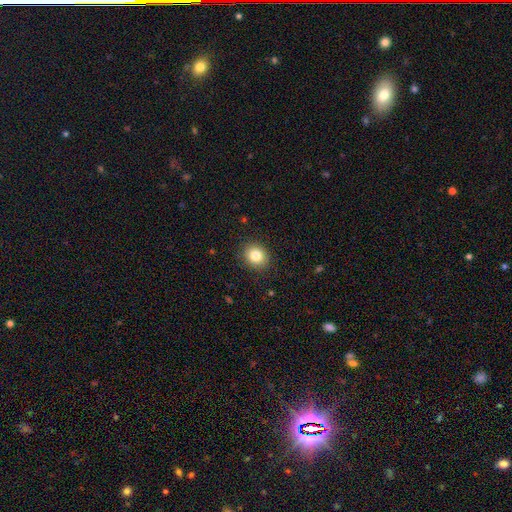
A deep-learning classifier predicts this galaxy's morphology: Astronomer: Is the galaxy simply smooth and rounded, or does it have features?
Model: smooth — 83%.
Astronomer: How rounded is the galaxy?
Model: round — 68%.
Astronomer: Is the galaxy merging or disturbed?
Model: none — 90%.